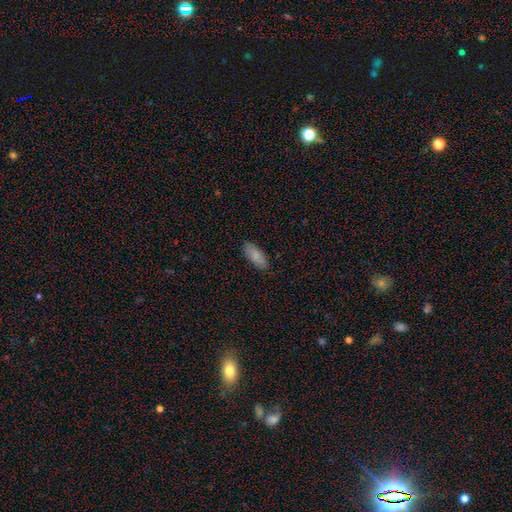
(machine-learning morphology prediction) smooth-or-featured: smooth: 85% | featured or disk: 9% | star or artifact: 6%
  how-rounded: in between: 84% | cigar-shaped: 14% | round: 2%
  merging: none: 87% | minor disturbance: 10% | major disturbance: 2% | merger: 1%